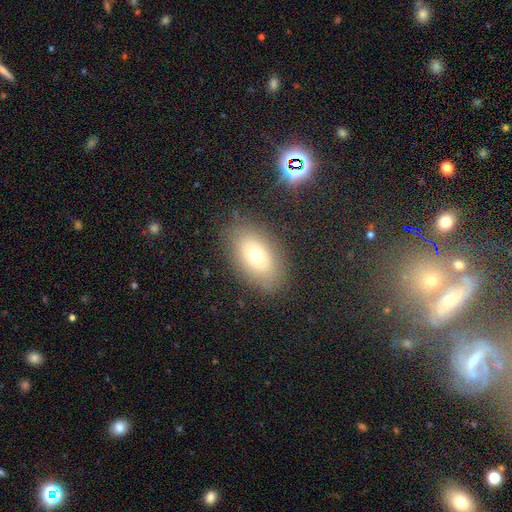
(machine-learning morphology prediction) Q: Smooth or featured?
A: smooth (65%); runner-up: featured or disk (23%)
Q: How rounded?
A: in between (86%); runner-up: round (12%)
Q: Merging?
A: none (81%); runner-up: minor disturbance (13%)